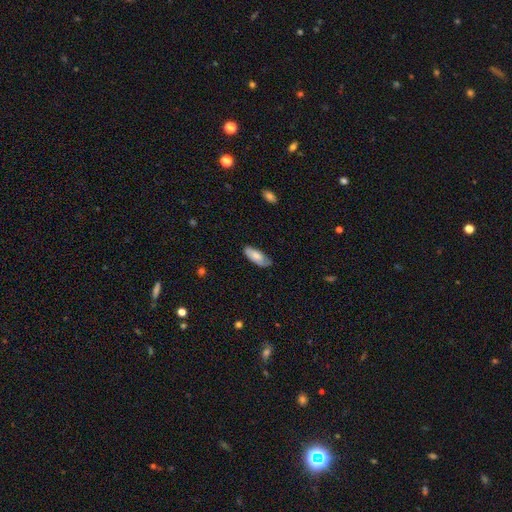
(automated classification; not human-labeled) Morphology: type=smooth (71%); roundness=in between (82%); merging=none (69%).